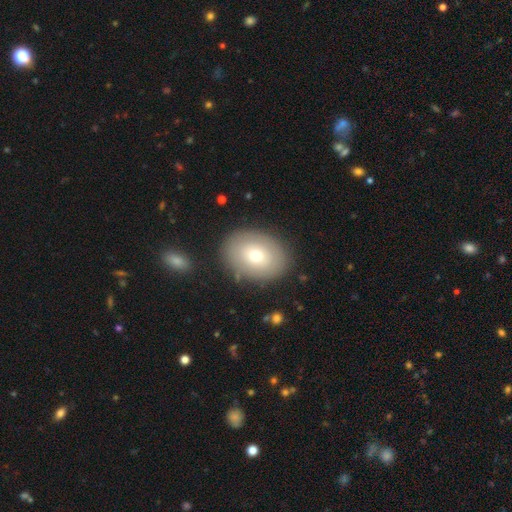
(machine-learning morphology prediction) This is likely a smooth galaxy (69%). How rounded: likely in between (68%). Merging: clearly none (83%).